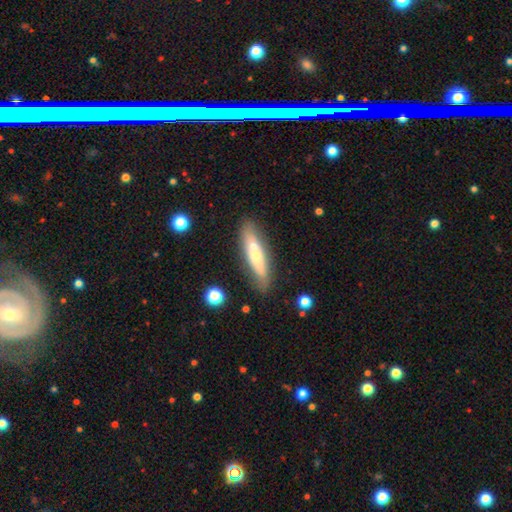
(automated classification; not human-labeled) A smooth galaxy with no disk features (46%, tied with featured or disk).

Vote fractions:
- Smooth or featured? smooth: 46% (tied) / featured or disk: 46% (tied) / star or artifact: 7%
- Merging? none: 75% / minor disturbance: 15% / merger: 7% / major disturbance: 4%